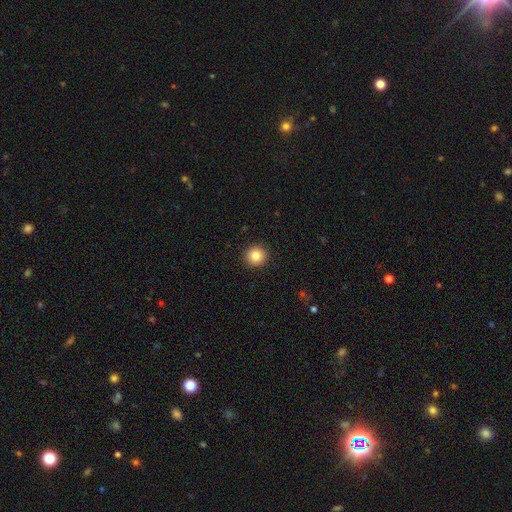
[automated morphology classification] A smooth galaxy with no disk features (84%) that is round (94%). Merging: none (93%).